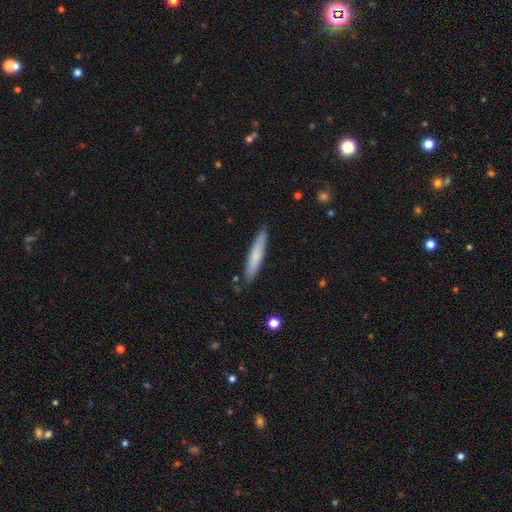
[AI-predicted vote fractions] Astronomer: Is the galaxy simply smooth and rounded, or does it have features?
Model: smooth — 68%.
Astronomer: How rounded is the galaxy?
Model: cigar-shaped — 92%.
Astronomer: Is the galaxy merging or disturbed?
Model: none — 87%.